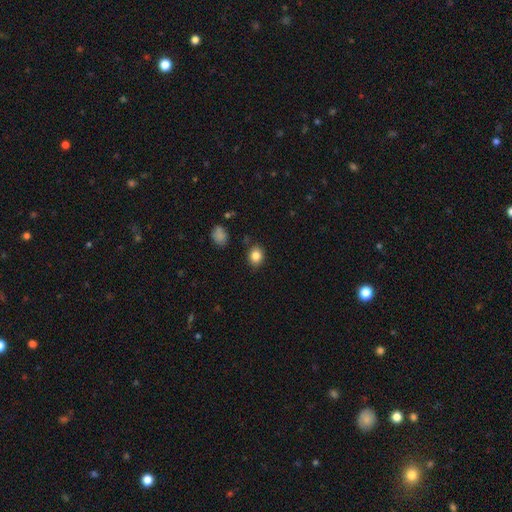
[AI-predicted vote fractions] smooth 84%, star or artifact 10%, featured or disk 6%. Down the decision tree: how rounded — round (51%); merging — none (85%).